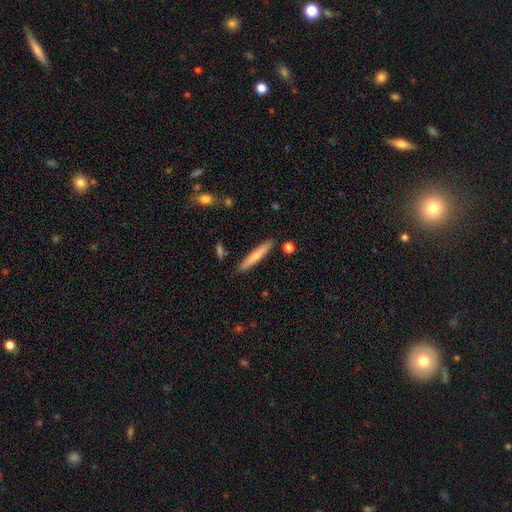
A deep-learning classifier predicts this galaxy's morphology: The model was most divided on "smooth or featured": smooth: 62%, featured or disk: 33%, star or artifact: 6%. More confident: how rounded — cigar-shaped (93%); merging — none (88%).